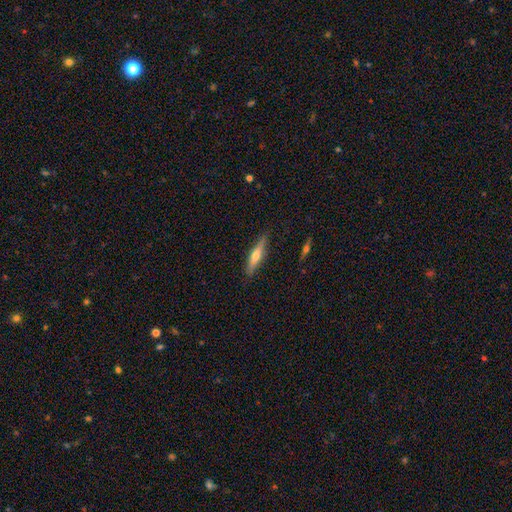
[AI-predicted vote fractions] featured or disk 51%, smooth 43%, star or artifact 6%. Down the decision tree: edge-on disk — yes (94%); merging — none (87%).